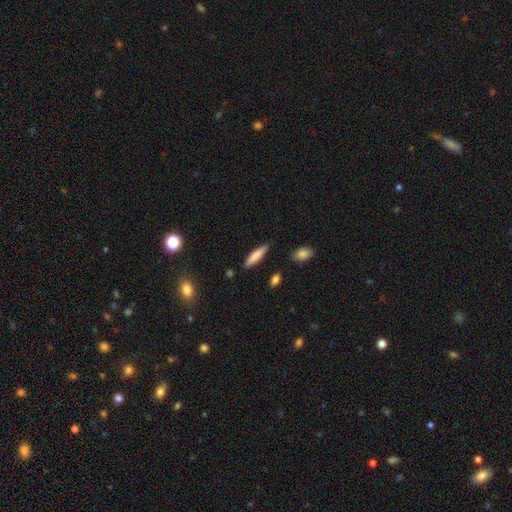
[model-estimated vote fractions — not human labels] Q: Smooth or featured?
A: smooth (74%); runner-up: featured or disk (20%)
Q: How rounded?
A: cigar-shaped (81%); runner-up: in between (18%)
Q: Merging?
A: none (86%); runner-up: minor disturbance (10%)